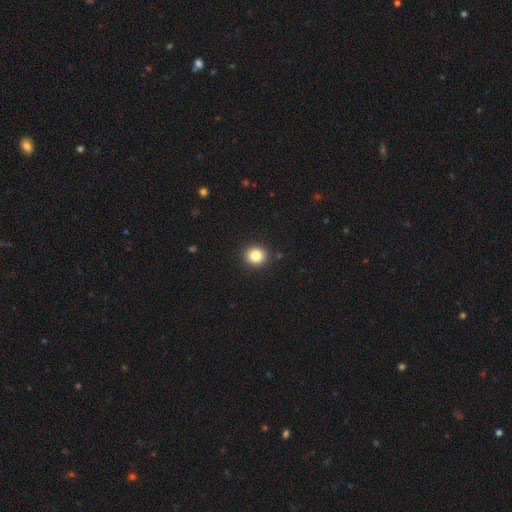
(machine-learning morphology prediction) smooth 84%, star or artifact 10%, featured or disk 6%. Down the decision tree: how rounded — round (88%); merging — none (91%).